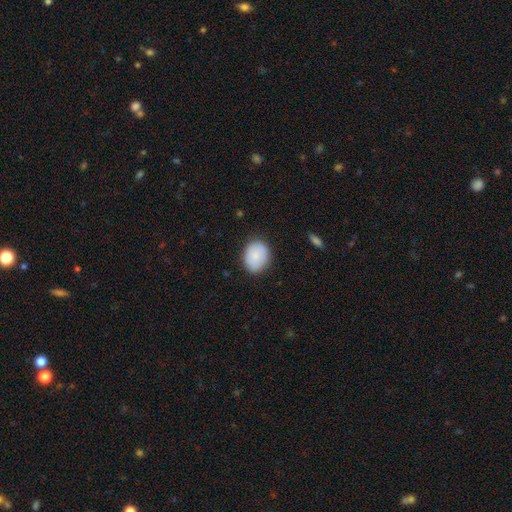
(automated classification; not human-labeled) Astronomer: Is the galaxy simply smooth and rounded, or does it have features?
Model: smooth — 86%.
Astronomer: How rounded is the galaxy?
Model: in between — 53% (runner-up: round, 46%).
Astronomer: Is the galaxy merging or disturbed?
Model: none — 83%.